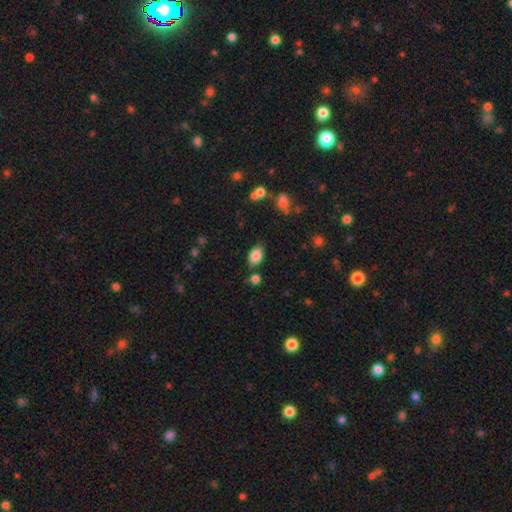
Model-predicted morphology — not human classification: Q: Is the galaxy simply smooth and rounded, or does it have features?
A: smooth — 86%.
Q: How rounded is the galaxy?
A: in between — 87%.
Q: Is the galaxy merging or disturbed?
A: none — 76%.